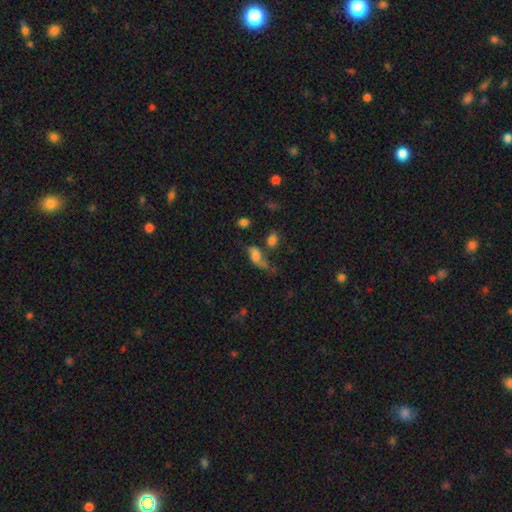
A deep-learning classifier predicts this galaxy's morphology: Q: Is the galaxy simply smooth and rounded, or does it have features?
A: smooth — 52%.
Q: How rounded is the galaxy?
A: in between — 77%.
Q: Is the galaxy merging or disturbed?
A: none — 36%.